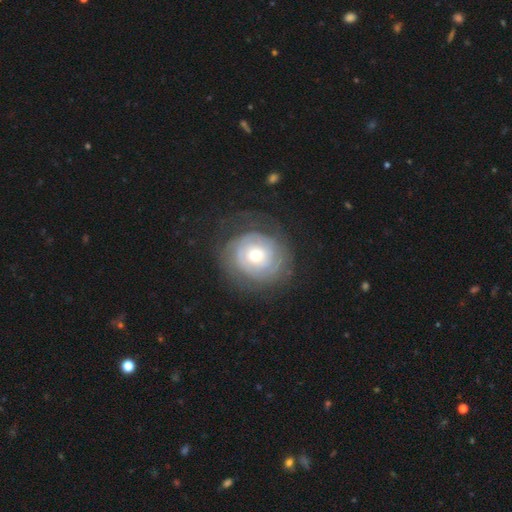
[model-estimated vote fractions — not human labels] This appears to be a featured or disk galaxy (73%) with no bar (78%), tight (78%) spiral arms (82%) and a moderate central bulge (62%). Merging: none (69%).